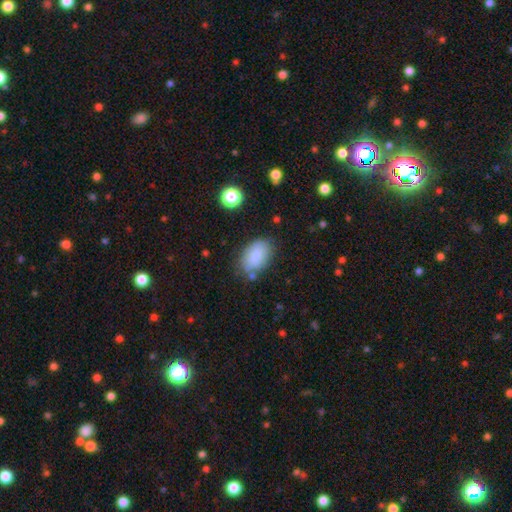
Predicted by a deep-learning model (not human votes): Morphology: type=smooth (84%); roundness=in between (91%); merging=none (73%).